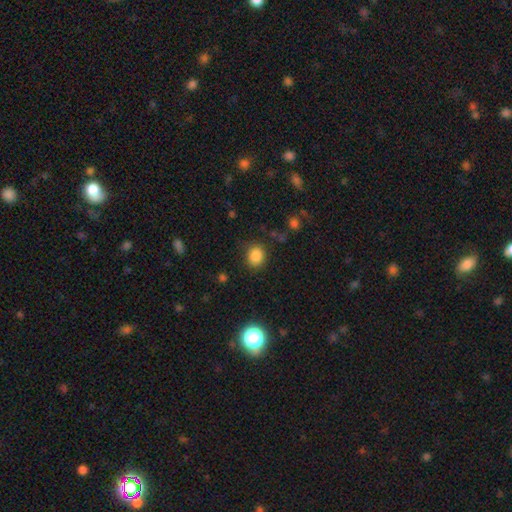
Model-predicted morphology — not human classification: A smooth galaxy with no disk features (85%) that is round (70%). Merging: none (83%).